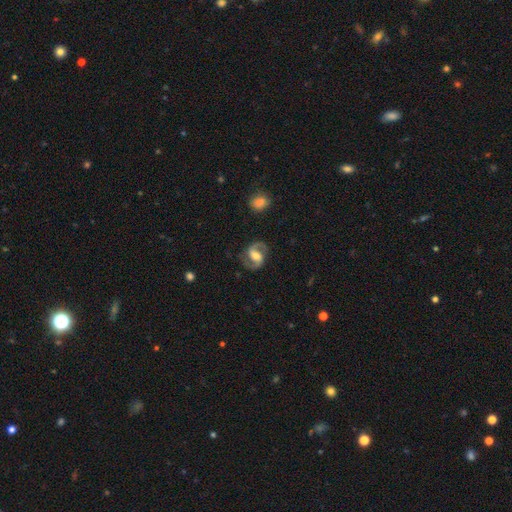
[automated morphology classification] type=featured or disk (86%); edge-on=no (98%); bar=weak (45%); spiral arms=yes (96%); winding=medium (57%); arm count=2 (93%); bulge=moderate (64%); merging=none (81%).